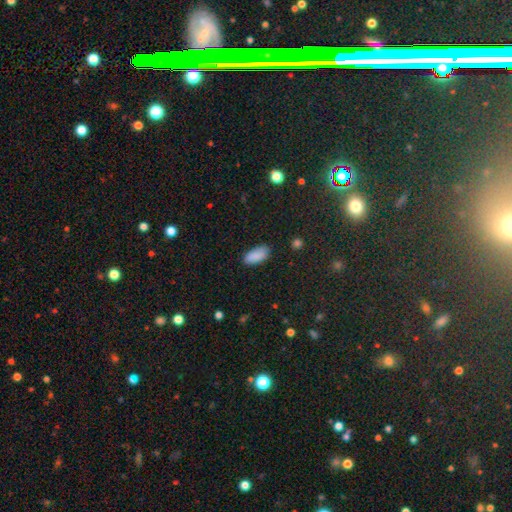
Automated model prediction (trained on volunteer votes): Smooth or featured: smooth — 87% (star or artifact — 8%)
How rounded: in between — 92% (cigar-shaped — 6%)
Merging: none — 82% (minor disturbance — 14%)